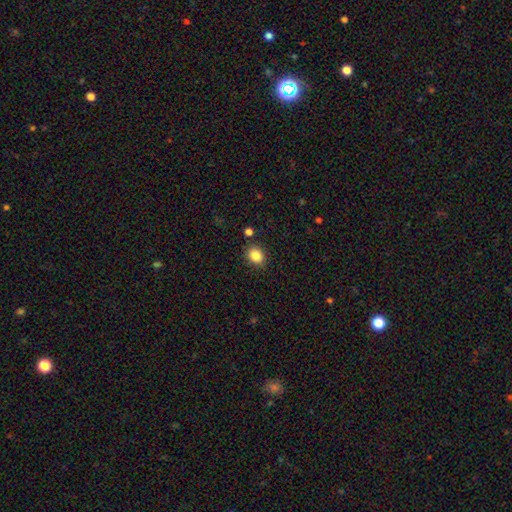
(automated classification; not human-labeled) smooth-or-featured: smooth: 86% | star or artifact: 10% | featured or disk: 5%
  how-rounded: round: 50% | in between: 49% | cigar-shaped: 1%
  merging: none: 85% | minor disturbance: 9% | merger: 3% | major disturbance: 2%